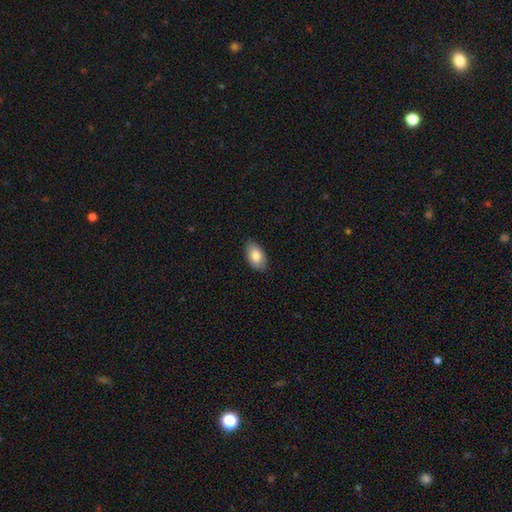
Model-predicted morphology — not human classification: smooth_or_featured: smooth (p=0.83) [alt: featured or disk p=0.11]
how_rounded: in between (p=0.94) [alt: round p=0.05]
merging: none (p=0.84) [alt: minor disturbance p=0.13]